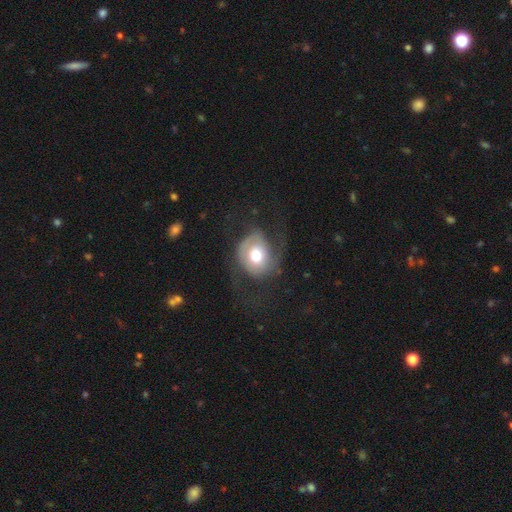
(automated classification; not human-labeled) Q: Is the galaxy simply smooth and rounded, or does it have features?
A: featured or disk — 50%.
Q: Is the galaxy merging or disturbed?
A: none — 43%.